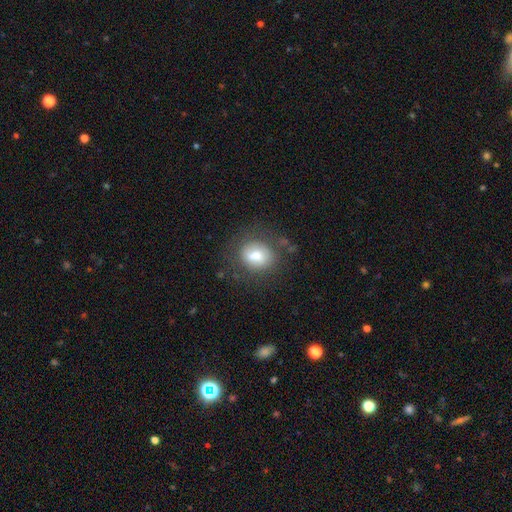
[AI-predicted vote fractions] smooth-or-featured: smooth: 73% | featured or disk: 17% | star or artifact: 10%
  how-rounded: round: 64% | in between: 35% | cigar-shaped: 1%
  merging: none: 73% | minor disturbance: 16% | major disturbance: 7% | merger: 3%